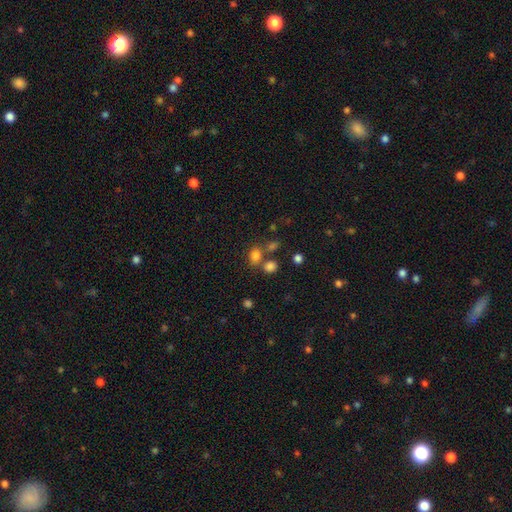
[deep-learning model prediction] Overall: smooth (78%). How rounded: in between (56%; round 43%). Merging: none (57%; merger 26%).